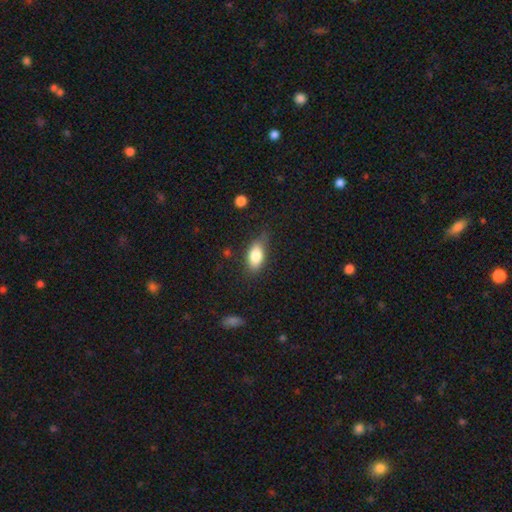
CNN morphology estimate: smooth_or_featured: smooth (p=0.81) [alt: featured or disk p=0.12]
how_rounded: in between (p=0.87) [alt: cigar-shaped p=0.08]
merging: none (p=0.68) [alt: minor disturbance p=0.24]